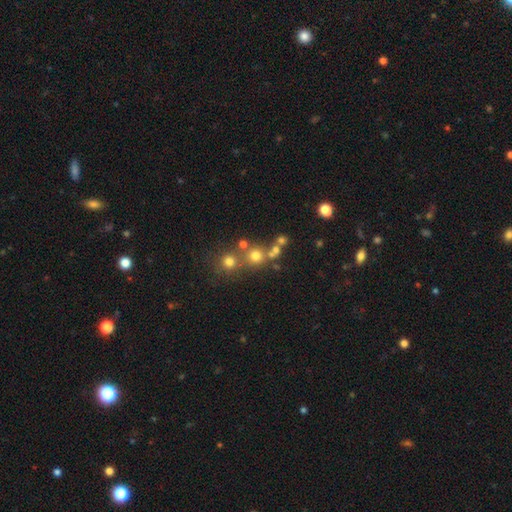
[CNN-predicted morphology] Smooth or featured: smooth — 65% (star or artifact — 21%)
How rounded: round — 88% (in between — 10%)
Merging: none — 59% (merger — 29%)